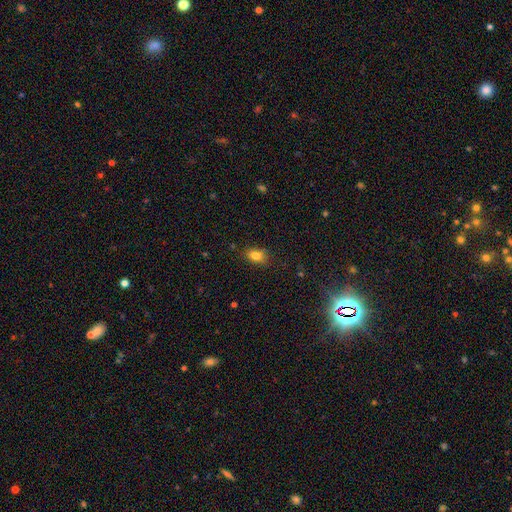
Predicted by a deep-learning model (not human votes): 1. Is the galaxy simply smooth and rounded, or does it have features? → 82% smooth, 11% star or artifact, 7% featured or disk.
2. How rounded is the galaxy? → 79% in between, 19% round, 2% cigar-shaped.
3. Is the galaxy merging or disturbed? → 82% none, 14% minor disturbance, 3% major disturbance, 2% merger.